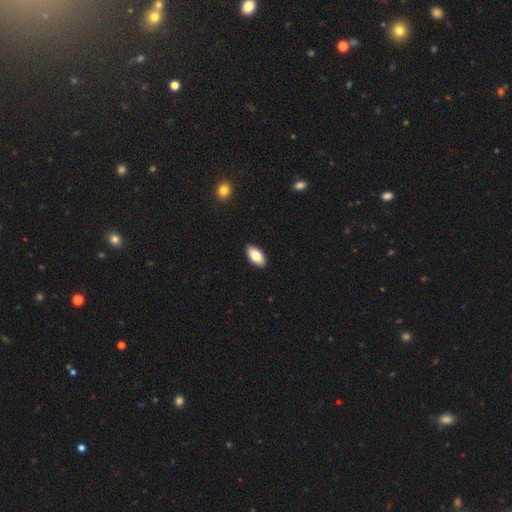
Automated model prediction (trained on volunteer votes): A smooth galaxy with no disk features (80%) that is in between round and cigar-shaped (93%). Merging: none (91%).